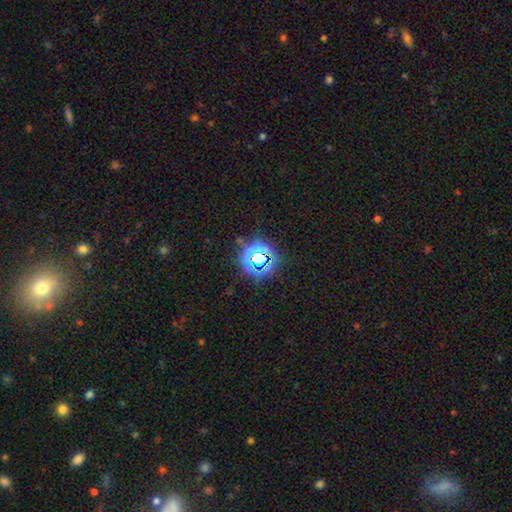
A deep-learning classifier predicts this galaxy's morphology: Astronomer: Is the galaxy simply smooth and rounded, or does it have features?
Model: star or artifact — 71%.